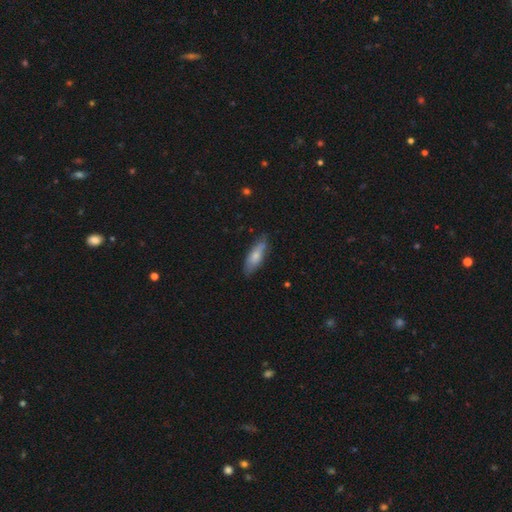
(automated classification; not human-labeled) Smooth or featured? smooth (69%)
How rounded? in between (56%)
Merging? none (73%)